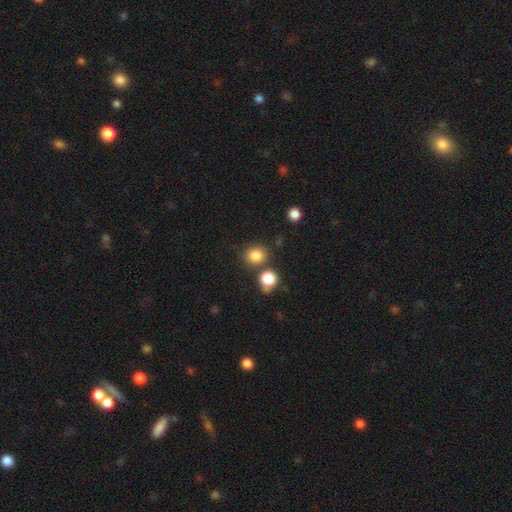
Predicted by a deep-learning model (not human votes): This is clearly a smooth galaxy (84%). How rounded: clearly round (80%). Merging: likely none (74%).